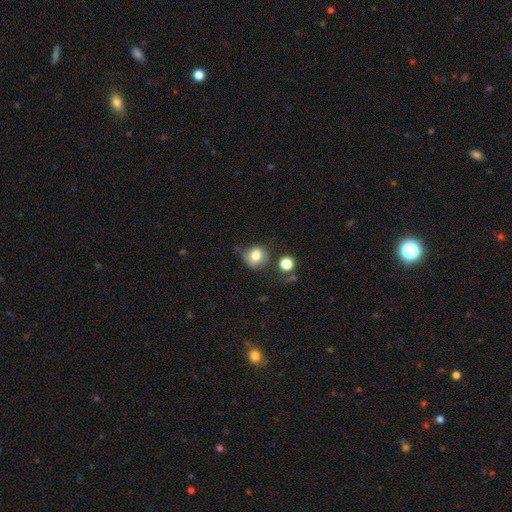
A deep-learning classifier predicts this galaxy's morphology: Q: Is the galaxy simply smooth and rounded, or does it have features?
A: smooth — 78%.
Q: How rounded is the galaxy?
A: round — 86%.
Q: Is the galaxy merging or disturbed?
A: none — 64%.